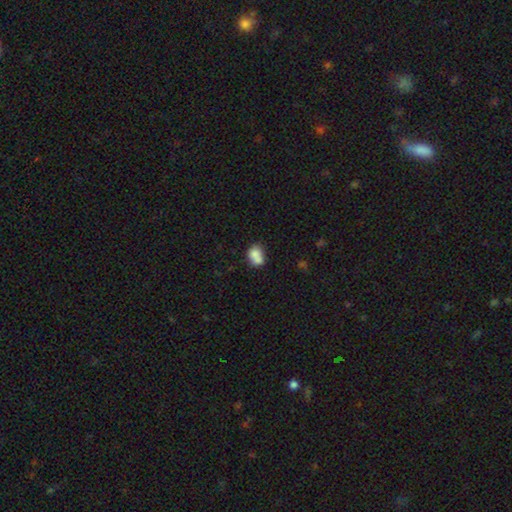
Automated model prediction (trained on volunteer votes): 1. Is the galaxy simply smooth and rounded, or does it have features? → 74% smooth, 16% featured or disk, 9% star or artifact.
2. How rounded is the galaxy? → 50% in between, 48% round, 1% cigar-shaped.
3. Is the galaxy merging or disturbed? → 53% merger, 30% none, 12% minor disturbance, 5% major disturbance.